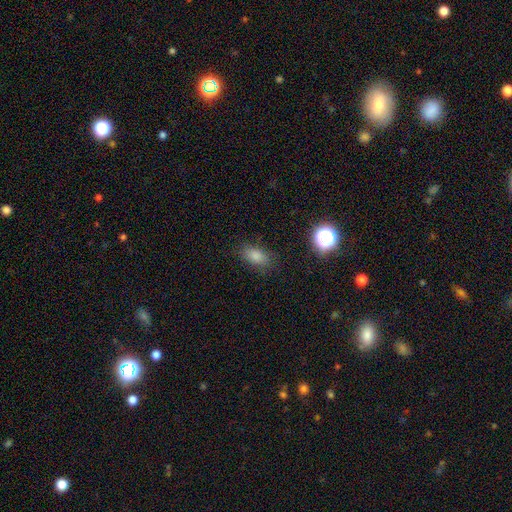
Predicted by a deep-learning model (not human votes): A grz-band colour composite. It shows a smooth galaxy with no disk features (78%) that is in between round and cigar-shaped (83%). Merging: none (83%).